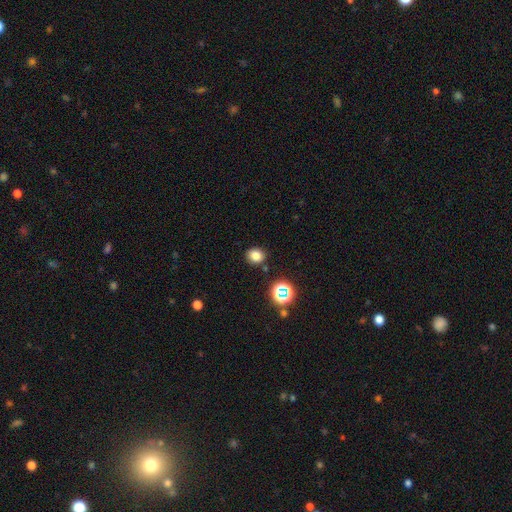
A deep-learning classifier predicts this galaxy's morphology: Overall: smooth (78%). How rounded: round (74%). Merging: none (85%).